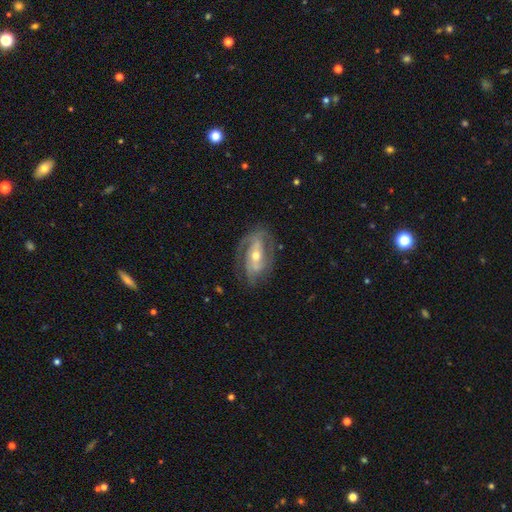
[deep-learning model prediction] Q: Smooth or featured?
A: featured or disk (85%); runner-up: smooth (9%)
Q: Edge-on disk?
A: no (95%); runner-up: yes (5%)
Q: Bar?
A: strong (34%); runner-up: no (33%)
Q: Spiral arms?
A: yes (92%); runner-up: no (8%)
Q: Spiral winding?
A: medium (43%); runner-up: tight (41%)
Q: Spiral arm count?
A: 2 (60%); runner-up: 3 (15%)
Q: Bulge size?
A: moderate (60%); runner-up: small (36%)
Q: Merging?
A: none (71%); runner-up: minor disturbance (18%)